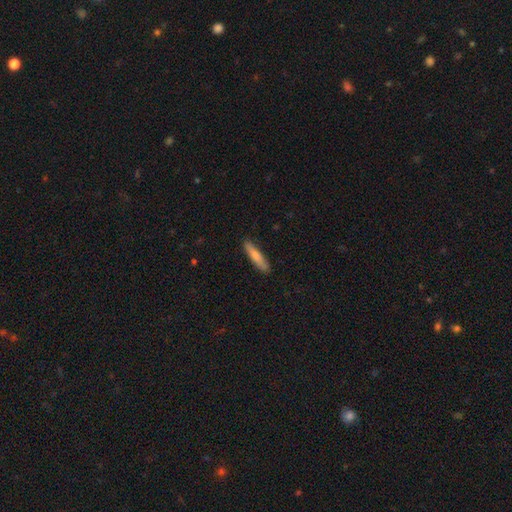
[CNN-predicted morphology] Q: Smooth or featured?
A: smooth (75%); runner-up: featured or disk (20%)
Q: How rounded?
A: cigar-shaped (87%); runner-up: in between (12%)
Q: Merging?
A: none (87%); runner-up: minor disturbance (10%)